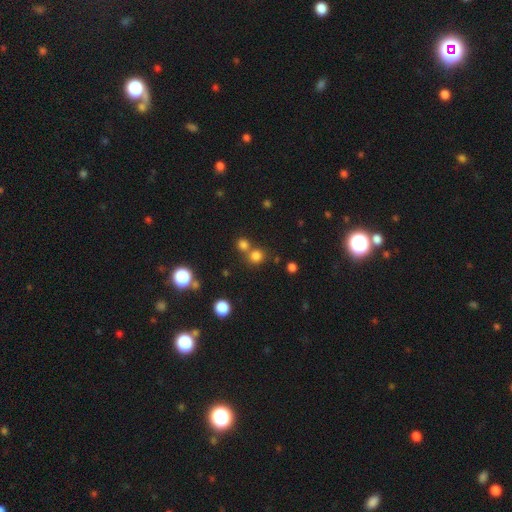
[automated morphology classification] A smooth galaxy with no disk features (76%) that is round (88%).

Vote fractions:
- Smooth or featured? smooth: 76% / star or artifact: 18% / featured or disk: 6%
- How rounded? round: 88% / in between: 11% / cigar-shaped: 1%
- Merging? none: 61% / merger: 30% / minor disturbance: 6% / major disturbance: 3%